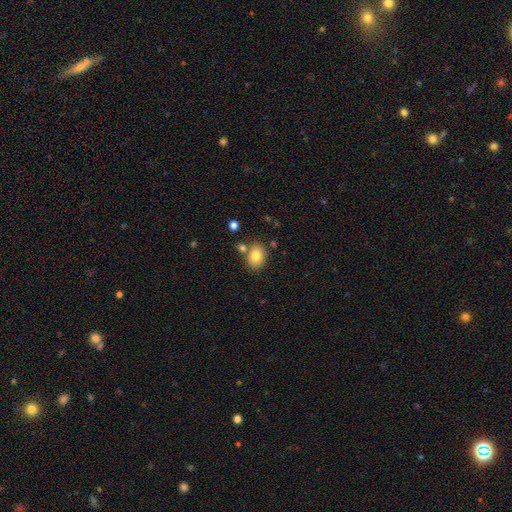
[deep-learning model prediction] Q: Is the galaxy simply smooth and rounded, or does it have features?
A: smooth — 80%.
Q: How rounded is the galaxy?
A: in between — 65%.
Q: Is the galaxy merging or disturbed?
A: none — 73%.